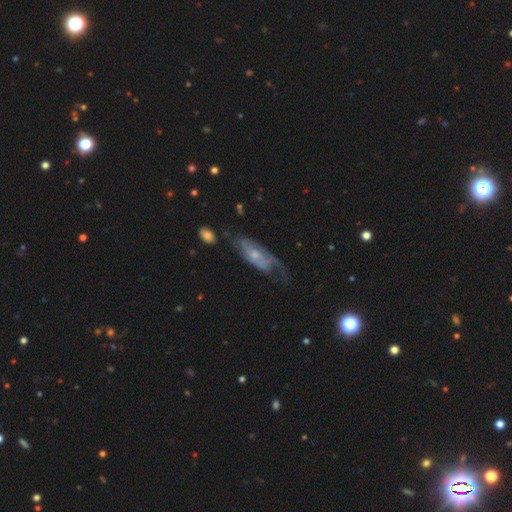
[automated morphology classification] Smooth or featured? featured or disk (71%)
Edge-on disk? no (86%)
Bar? no (70%)
Spiral arms? yes (82%)
Spiral winding? medium (38%)
Spiral arm count? 2 (47%)
Bulge size? small (58%)
Merging? none (45%)